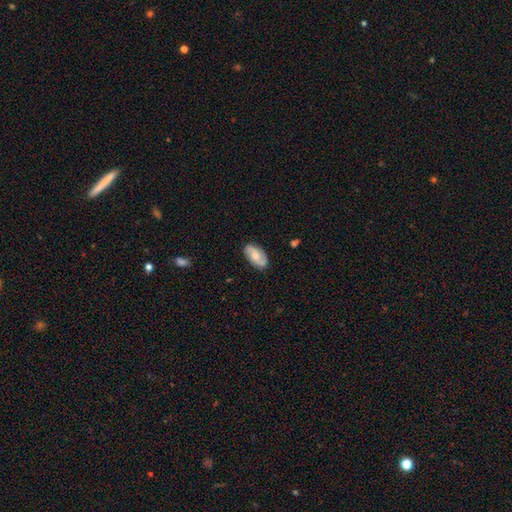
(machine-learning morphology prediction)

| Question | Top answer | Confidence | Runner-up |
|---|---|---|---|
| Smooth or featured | featured or disk | 55% | smooth (39%) |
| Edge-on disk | no | 95% | yes (5%) |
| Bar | no | 61% | weak (31%) |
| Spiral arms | yes | 86% | no (14%) |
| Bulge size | moderate | 62% | small (27%) |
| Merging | none | 83% | minor disturbance (13%) |